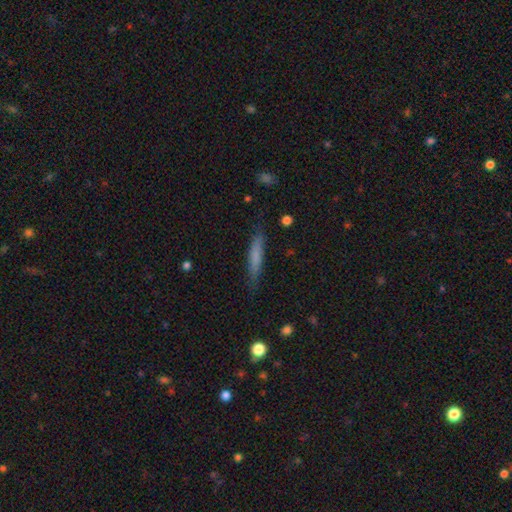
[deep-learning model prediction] Overall: smooth (71%). How rounded: cigar-shaped (91%). Merging: none (82%).